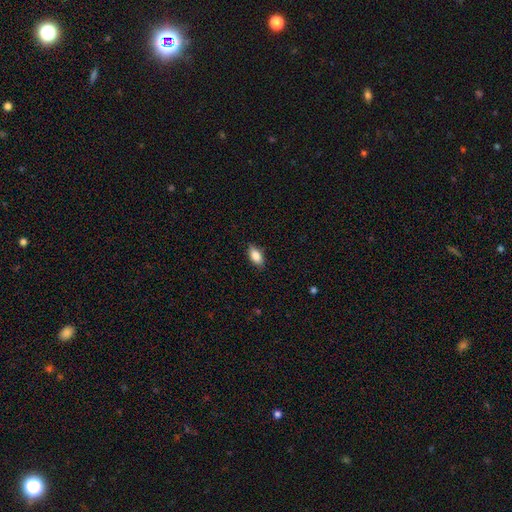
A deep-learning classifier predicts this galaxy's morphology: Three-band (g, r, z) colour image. It shows a smooth galaxy with no disk features (86%) that is in between round and cigar-shaped (90%). Merging: none (87%).